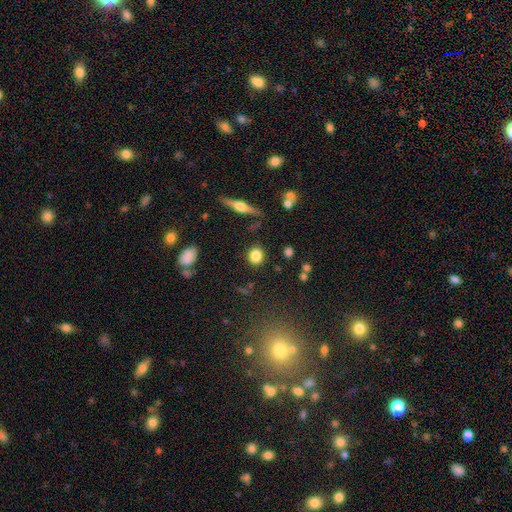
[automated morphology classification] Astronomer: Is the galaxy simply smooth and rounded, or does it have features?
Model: smooth — 83%.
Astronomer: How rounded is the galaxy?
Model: round — 77%.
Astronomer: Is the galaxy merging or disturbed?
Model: none — 87%.